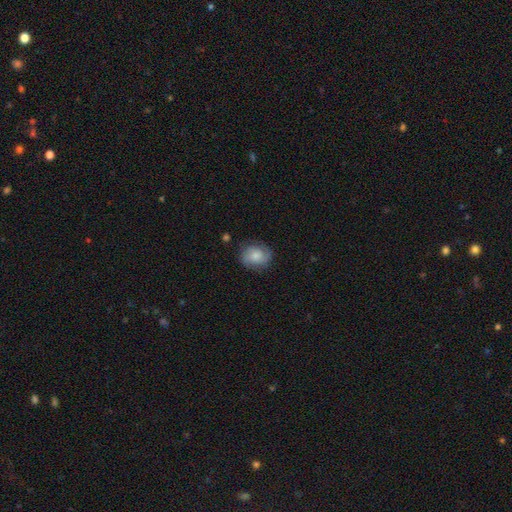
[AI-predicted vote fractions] Overall: smooth (63%; featured or disk 29%). How rounded: round (62%; in between 37%). Merging: none (74%).